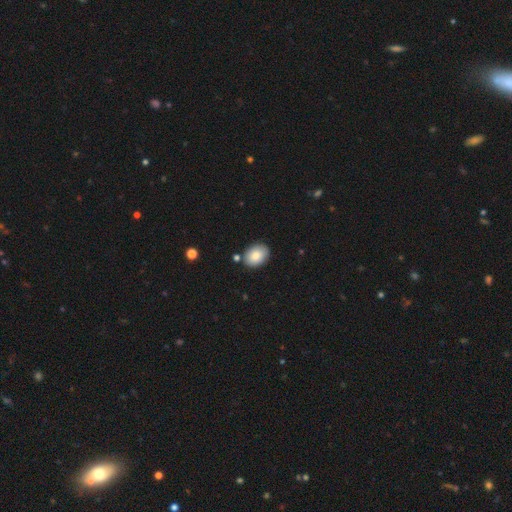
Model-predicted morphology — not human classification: Overall: smooth (83%). How rounded: in between (75%). Merging: none (83%).